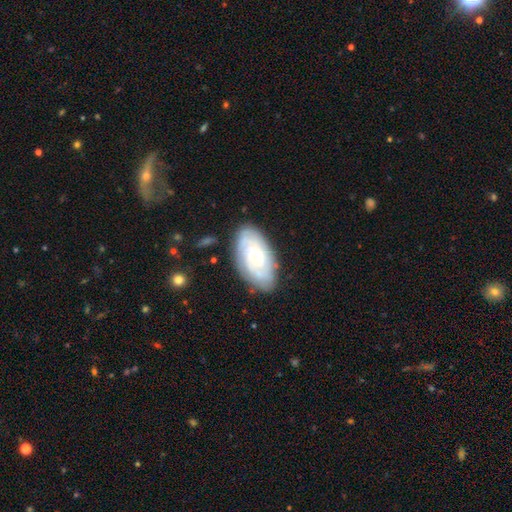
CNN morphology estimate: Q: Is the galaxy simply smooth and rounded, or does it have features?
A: featured or disk — 66%.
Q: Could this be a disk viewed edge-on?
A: no — 93%.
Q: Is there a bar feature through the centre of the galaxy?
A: no — 77%.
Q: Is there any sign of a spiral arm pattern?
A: yes — 83%.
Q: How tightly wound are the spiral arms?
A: tight — 72%.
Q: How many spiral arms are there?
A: can't tell — 56%.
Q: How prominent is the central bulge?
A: moderate — 61%.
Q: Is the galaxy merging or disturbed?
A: none — 78%.